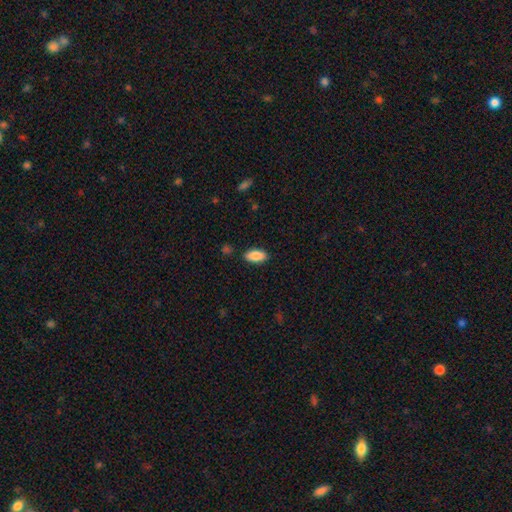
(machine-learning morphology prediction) The model was most divided on "merging": none: 87%, minor disturbance: 9%, major disturbance: 2%, merger: 1%. More confident: how rounded — in between (89%); smooth or featured — smooth (88%).